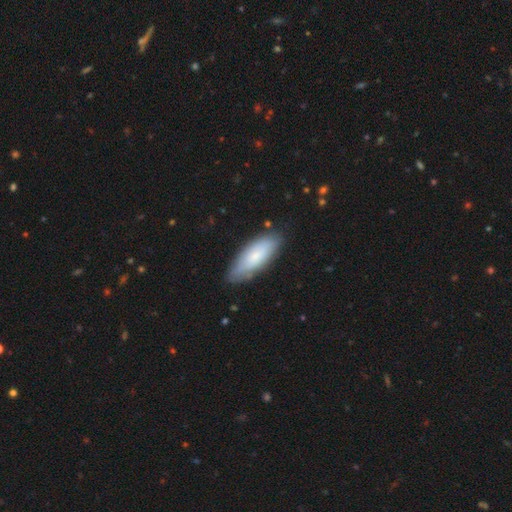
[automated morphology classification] Overall: smooth (67%; featured or disk 27%). How rounded: in between (71%). Merging: none (77%).